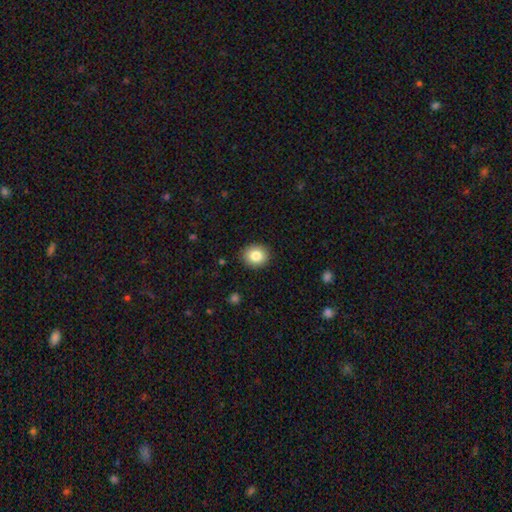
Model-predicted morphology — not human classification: A smooth galaxy with no disk features (84%) that is round (75%). Merging: none (90%).